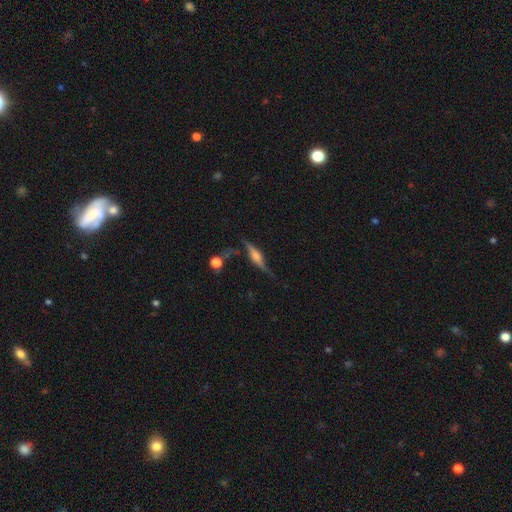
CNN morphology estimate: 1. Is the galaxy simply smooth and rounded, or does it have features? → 77% featured or disk, 16% smooth, 7% star or artifact.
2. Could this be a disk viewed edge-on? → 77% yes, 23% no.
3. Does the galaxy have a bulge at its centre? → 82% rounded, 12% boxy, 6% none.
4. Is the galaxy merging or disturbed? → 56% none, 21% minor disturbance, 13% major disturbance, 10% merger.